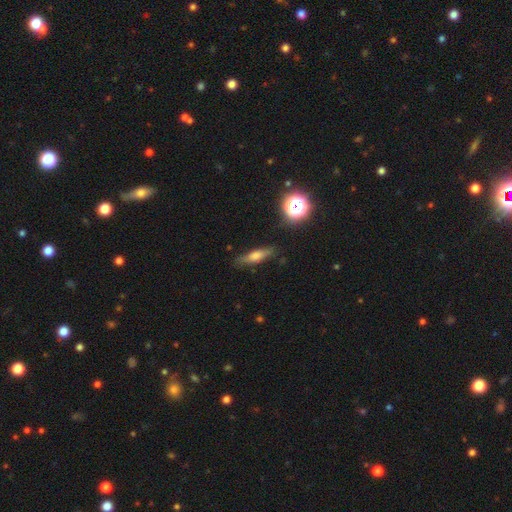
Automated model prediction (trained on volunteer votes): Overall: smooth (58%; featured or disk 32%). How rounded: cigar-shaped (62%; in between 33%). Merging: none (79%).